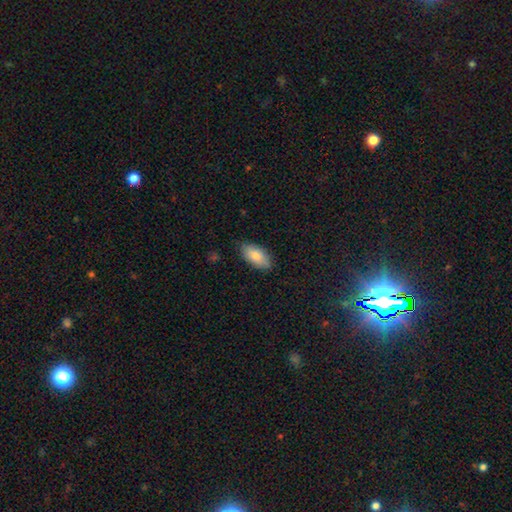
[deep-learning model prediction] smooth_or_featured: smooth (p=0.84) [alt: featured or disk p=0.10]
how_rounded: in between (p=0.93) [alt: cigar-shaped p=0.04]
merging: none (p=0.83) [alt: minor disturbance p=0.14]